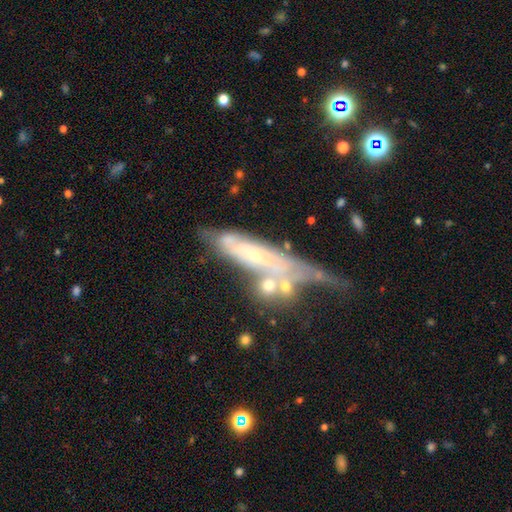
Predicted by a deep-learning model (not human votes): This is likely a featured or disk galaxy (66%). It is likely not viewed edge-on (67%). Merging: marginally none (29%).